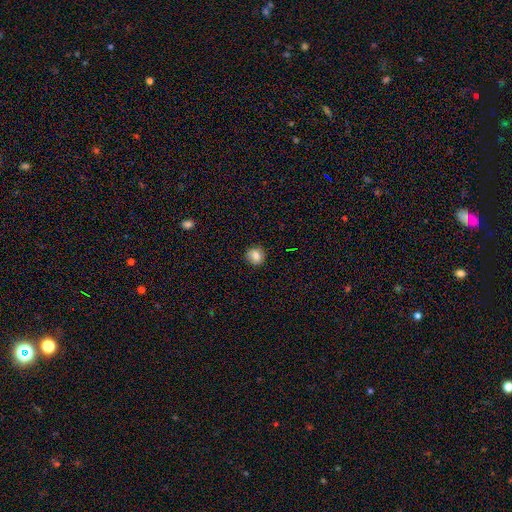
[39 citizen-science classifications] Q: Smooth or featured?
A: smooth (87%); runner-up: featured or disk (10%)
Q: How rounded?
A: round (88%); runner-up: in between (12%)
Q: Merging?
A: none (82%); runner-up: minor disturbance (13%)